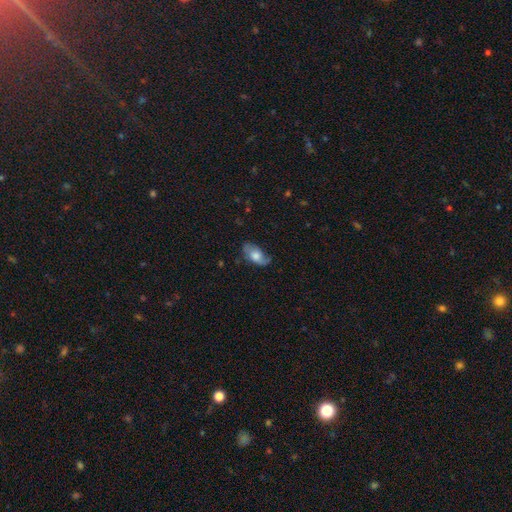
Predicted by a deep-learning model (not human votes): Smooth or featured? smooth (55%)
How rounded? in between (90%)
Merging? none (59%)